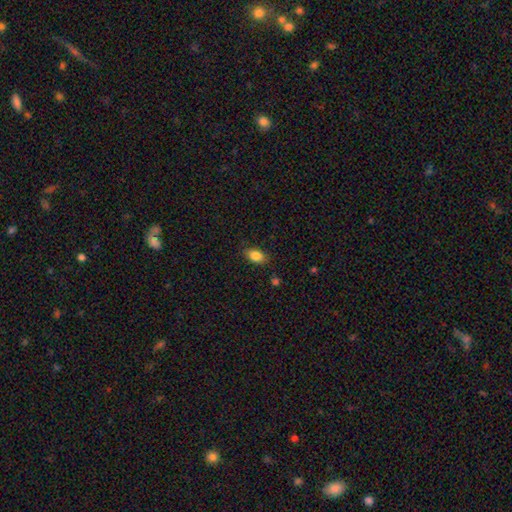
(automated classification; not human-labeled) This is clearly a smooth galaxy (85%). How rounded: clearly in between (86%). Merging: clearly none (85%).